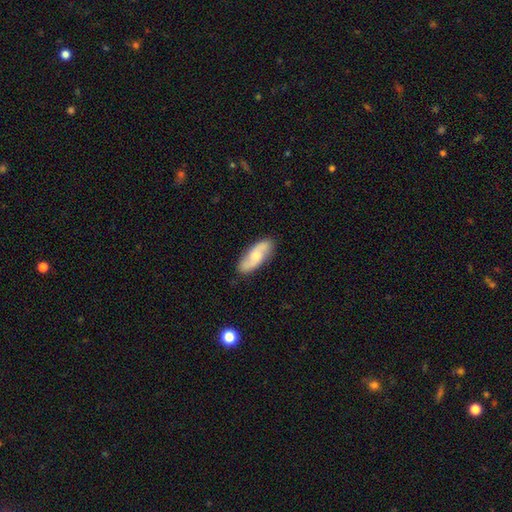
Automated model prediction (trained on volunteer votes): featured or disk 53%, smooth 41%, star or artifact 6%. Down the decision tree: edge-on disk — no (89%); merging — none (84%).